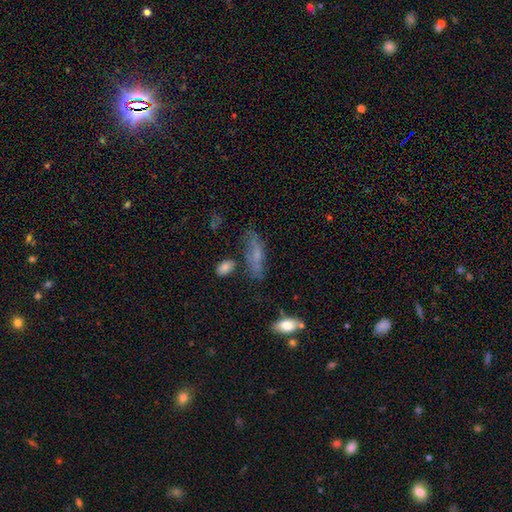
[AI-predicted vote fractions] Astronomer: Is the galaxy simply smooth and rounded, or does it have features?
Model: smooth — 52% (runner-up: featured or disk, 36%).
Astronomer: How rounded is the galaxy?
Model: in between — 48%, tied with cigar-shaped at 48%.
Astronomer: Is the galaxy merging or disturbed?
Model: none — 59%.